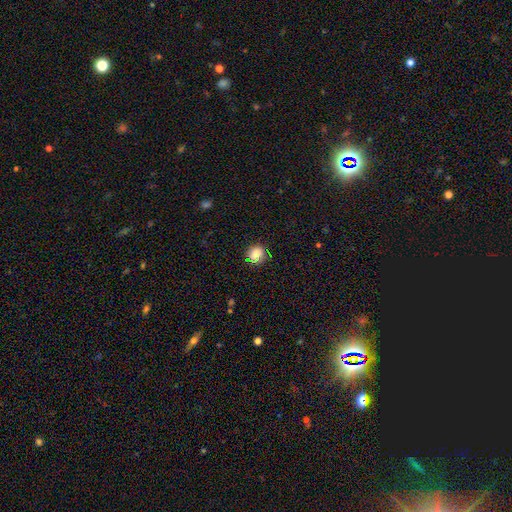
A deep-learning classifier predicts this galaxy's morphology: Smooth or featured? Predicted: smooth (p=0.75). How rounded? Predicted: round (p=0.88). Merging? Predicted: none (p=0.86).